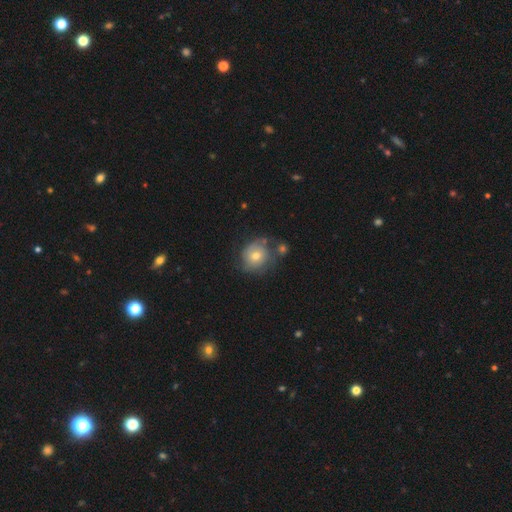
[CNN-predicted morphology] The model was most divided on "smooth or featured": smooth: 46%, featured or disk: 45%, star or artifact: 9%. More confident: merging — none (57%).